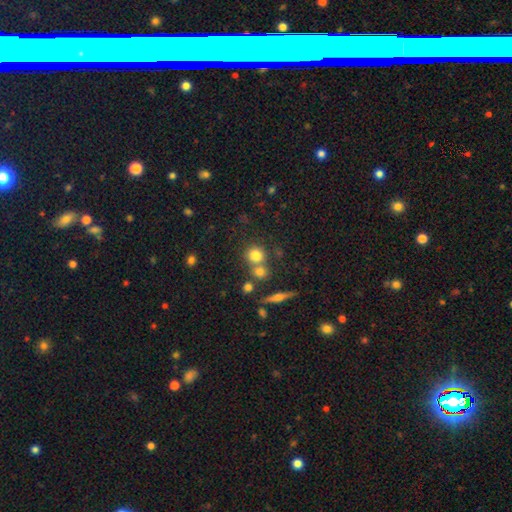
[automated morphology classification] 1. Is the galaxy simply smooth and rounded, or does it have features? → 77% smooth, 12% star or artifact, 11% featured or disk.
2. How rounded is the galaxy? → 87% round, 11% in between, 2% cigar-shaped.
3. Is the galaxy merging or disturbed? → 61% none, 28% merger, 8% minor disturbance, 3% major disturbance.